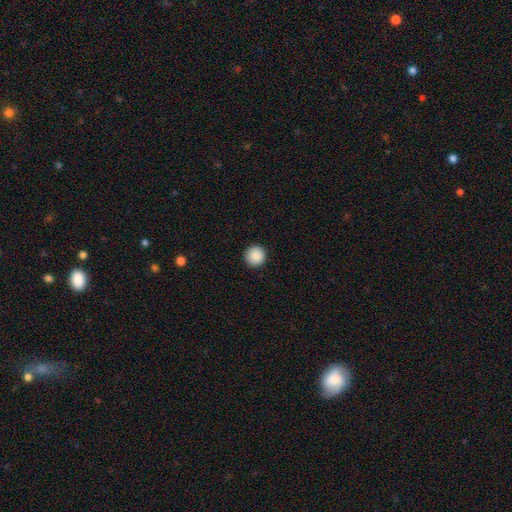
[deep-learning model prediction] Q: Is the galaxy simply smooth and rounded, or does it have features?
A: smooth — 89%.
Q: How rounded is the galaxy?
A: round — 96%.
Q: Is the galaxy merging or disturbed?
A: none — 93%.